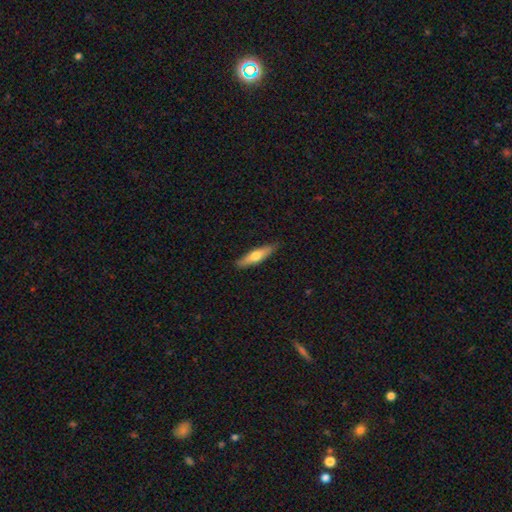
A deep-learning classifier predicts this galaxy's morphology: A smooth galaxy with no disk features (57%) that is cigar-shaped (76%).

Vote fractions:
- Smooth or featured? smooth: 57% / featured or disk: 38% / star or artifact: 5%
- How rounded? cigar-shaped: 76% / in between: 22% / round: 2%
- Merging? none: 88% / minor disturbance: 9% / major disturbance: 2% / merger: 1%